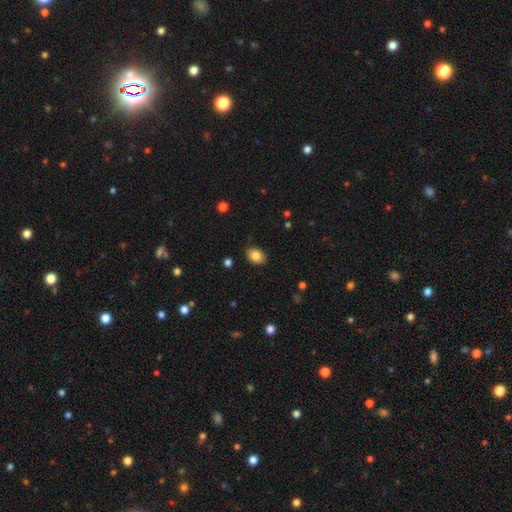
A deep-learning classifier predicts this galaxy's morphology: This is clearly a smooth galaxy (84%). How rounded: likely in between (70%). Merging: clearly none (86%).